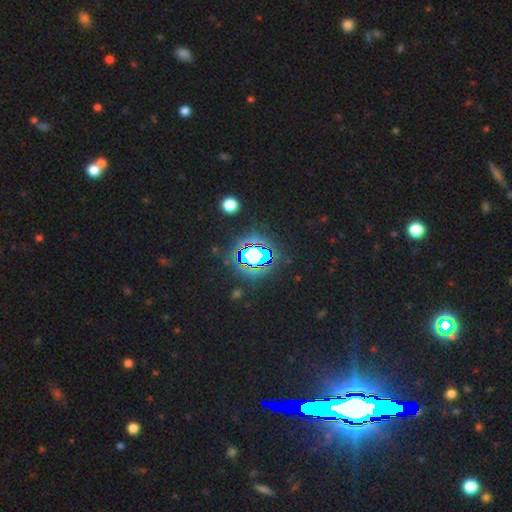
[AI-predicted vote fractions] Smooth or featured? star or artifact (71%)